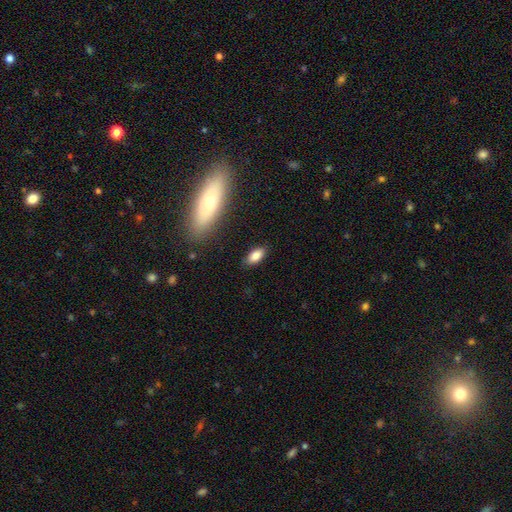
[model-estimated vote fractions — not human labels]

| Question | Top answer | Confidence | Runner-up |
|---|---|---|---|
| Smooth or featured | smooth | 82% | featured or disk (10%) |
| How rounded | in between | 88% | cigar-shaped (8%) |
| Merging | none | 85% | minor disturbance (10%) |